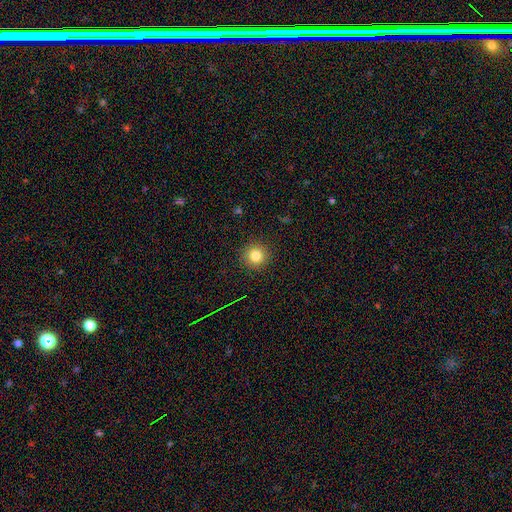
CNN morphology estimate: This is clearly a smooth galaxy (82%). How rounded: clearly round (94%). Merging: clearly none (91%).